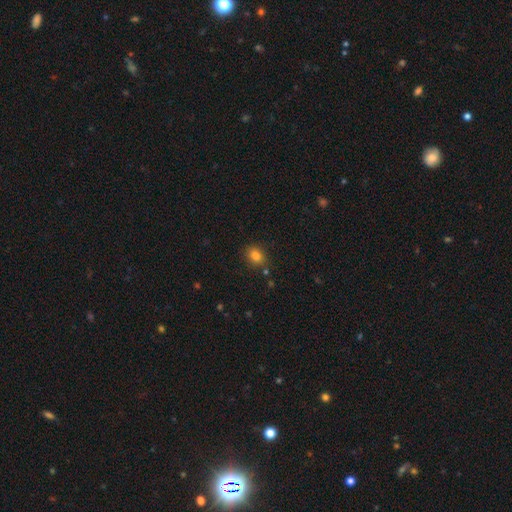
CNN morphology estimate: This is clearly a smooth galaxy (82%). How rounded: possibly in between (58%). Merging: clearly none (82%).